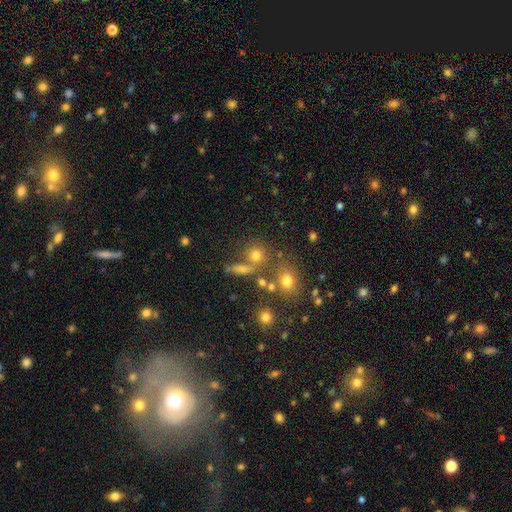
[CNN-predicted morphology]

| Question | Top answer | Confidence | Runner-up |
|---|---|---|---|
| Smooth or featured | smooth | 67% | star or artifact (20%) |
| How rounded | round | 81% | in between (16%) |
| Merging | none | 61% | merger (23%) |